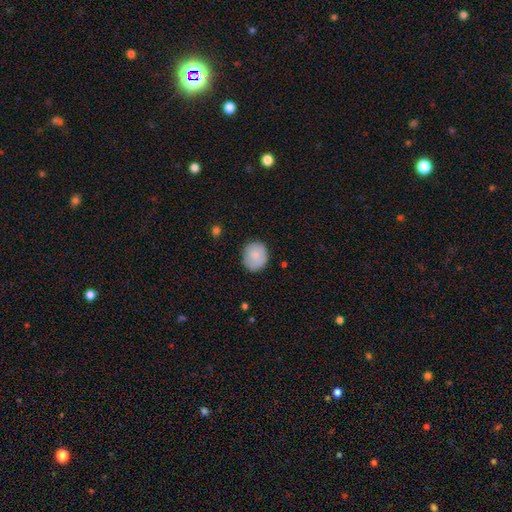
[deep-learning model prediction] A smooth galaxy with no disk features (83%) that is round (74%).

Vote fractions:
- Smooth or featured? smooth: 83% / featured or disk: 10% / star or artifact: 7%
- How rounded? round: 74% / in between: 25% / cigar-shaped: 1%
- Merging? none: 82% / minor disturbance: 14% / major disturbance: 3% / merger: 1%